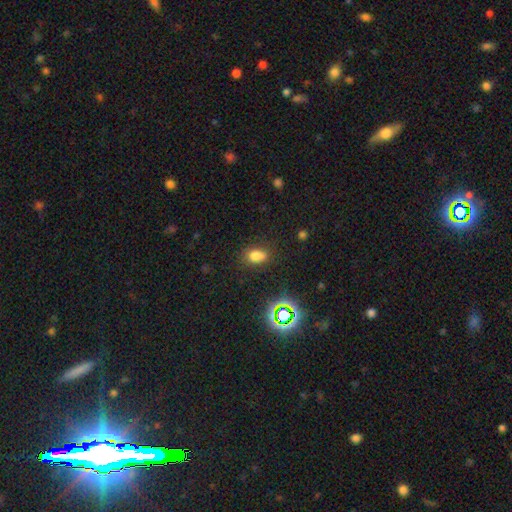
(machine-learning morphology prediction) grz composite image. It shows a smooth galaxy with no disk features (72%) that is in between round and cigar-shaped (76%). Merging: none (67%).